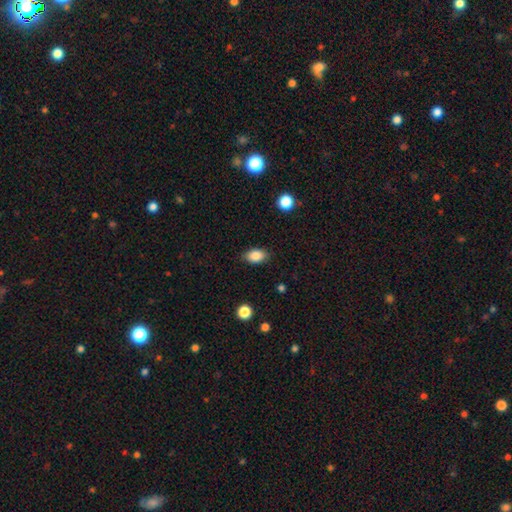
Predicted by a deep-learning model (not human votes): Morphology: type=smooth (86%); roundness=in between (87%); merging=none (85%).